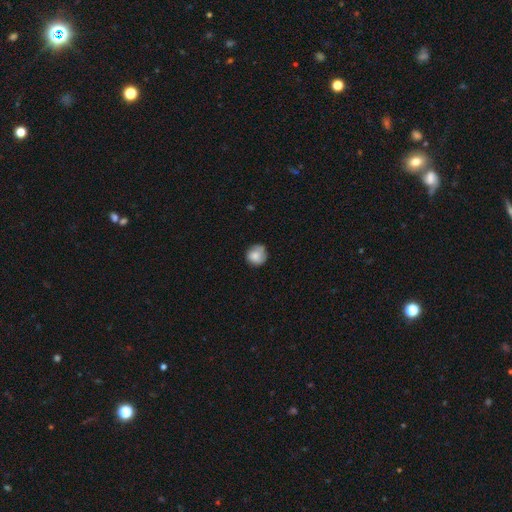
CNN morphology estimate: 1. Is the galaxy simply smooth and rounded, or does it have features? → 81% smooth, 11% featured or disk, 8% star or artifact.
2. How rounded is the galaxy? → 89% round, 10% in between, 1% cigar-shaped.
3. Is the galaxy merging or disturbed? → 69% none, 25% minor disturbance, 5% major disturbance, 2% merger.